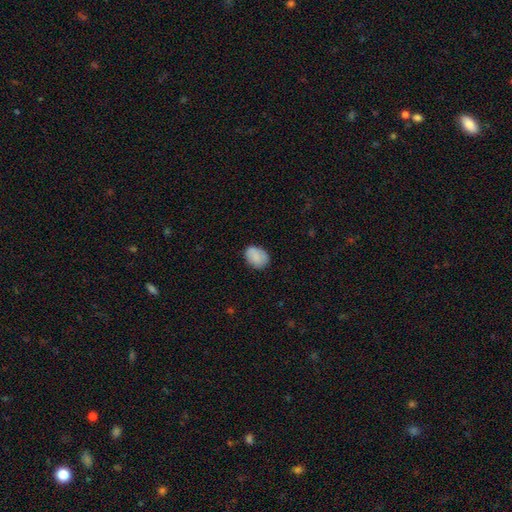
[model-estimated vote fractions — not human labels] The model was most divided on "how rounded": in between: 71%, round: 28%, cigar-shaped: 1%. More confident: smooth or featured — smooth (86%); merging — none (78%).